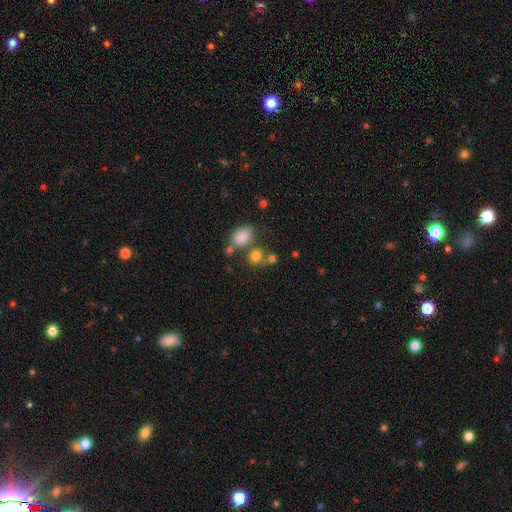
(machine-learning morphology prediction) The model was most divided on "how rounded": round: 64%, in between: 35%, cigar-shaped: 1%. More confident: smooth or featured — smooth (79%); merging — none (58%).